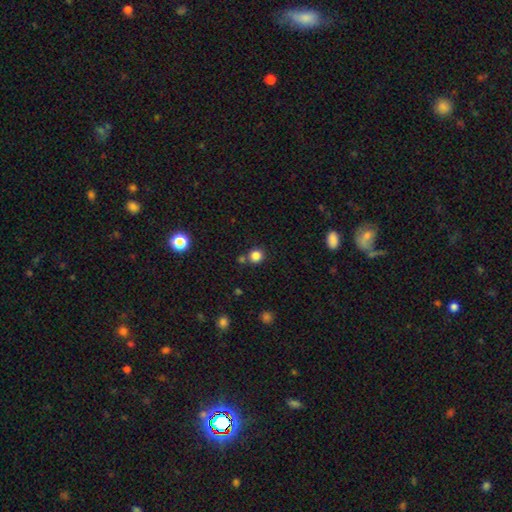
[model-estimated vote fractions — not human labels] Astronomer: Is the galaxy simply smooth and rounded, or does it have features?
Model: smooth — 83%.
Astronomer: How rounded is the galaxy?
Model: round — 89%.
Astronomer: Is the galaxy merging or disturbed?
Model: none — 76%.